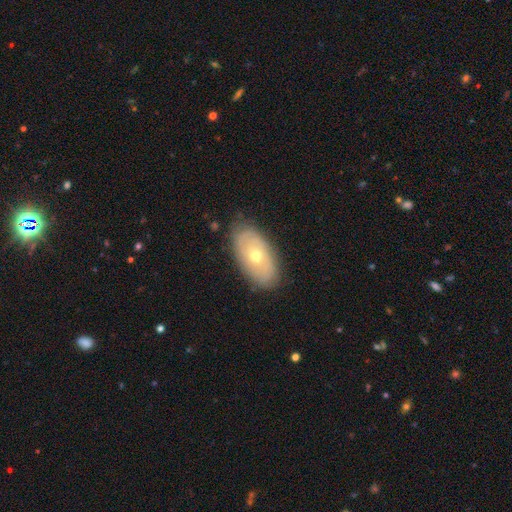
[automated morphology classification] Smooth or featured? featured or disk (55%)
Edge-on disk? no (89%)
Merging? none (81%)